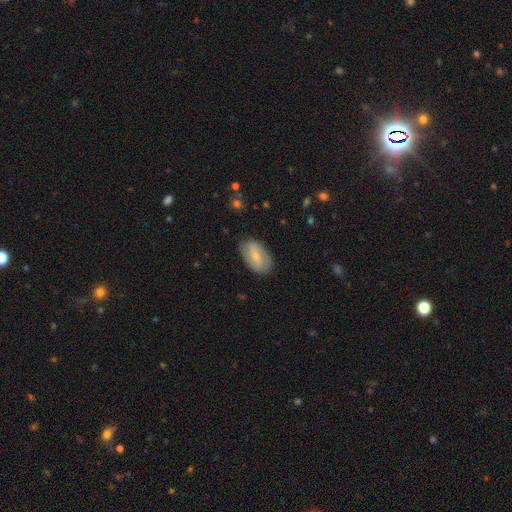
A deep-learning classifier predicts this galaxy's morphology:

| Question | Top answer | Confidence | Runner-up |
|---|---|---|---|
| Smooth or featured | smooth | 48% | featured or disk (46%) |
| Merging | none | 80% | minor disturbance (15%) |